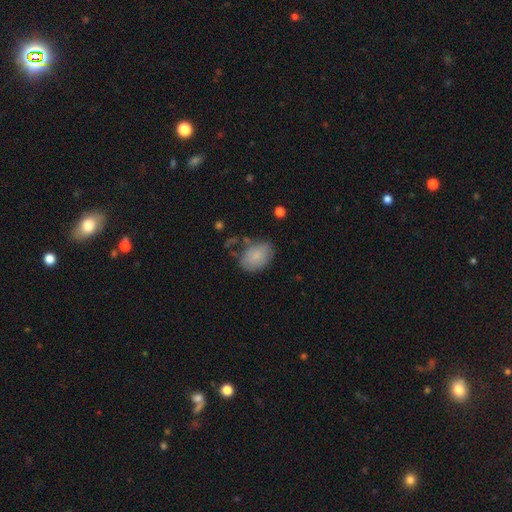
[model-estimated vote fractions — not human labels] This is likely a smooth galaxy (80%). How rounded: clearly in between (82%). Merging: possibly none (60%).